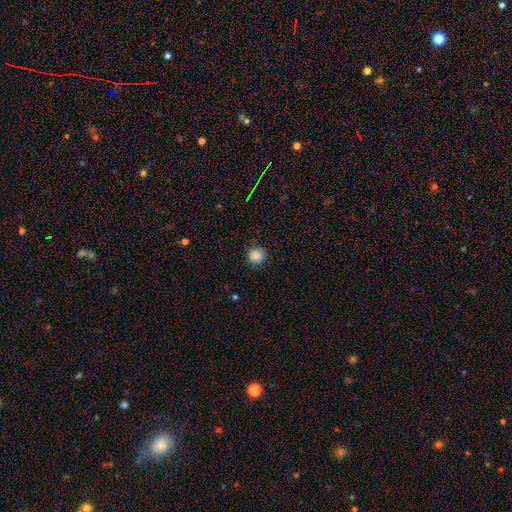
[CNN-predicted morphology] Smooth or featured: smooth — 86% (star or artifact — 10%)
How rounded: round — 92% (in between — 7%)
Merging: none — 87% (minor disturbance — 9%)